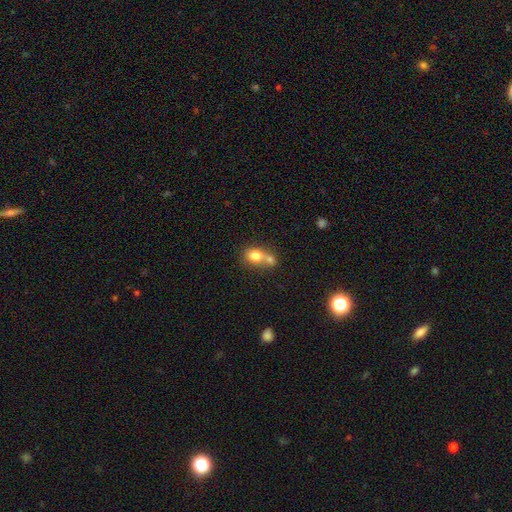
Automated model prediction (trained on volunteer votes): smooth_or_featured: smooth (p=0.76) [alt: featured or disk p=0.14]
how_rounded: round (p=0.54) [alt: in between p=0.44]
merging: merger (p=0.60) [alt: none p=0.28]